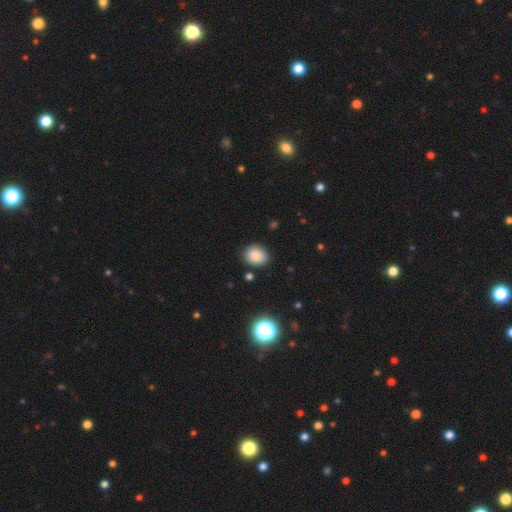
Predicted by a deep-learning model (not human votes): This appears to be a smooth galaxy with no disk features (86%) that is round (50%). Merging: none (83%).